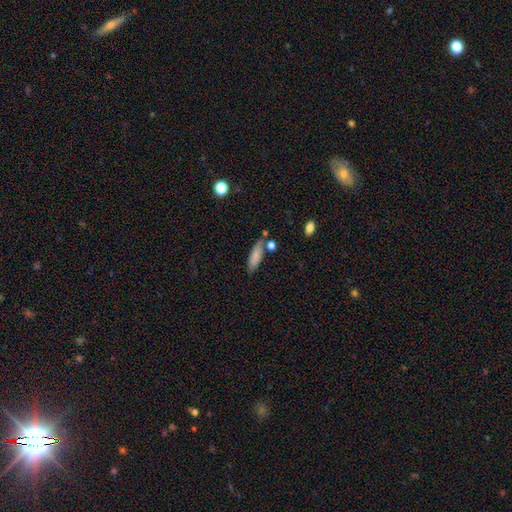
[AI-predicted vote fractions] Smooth or featured? Predicted: smooth (p=0.81). How rounded? Predicted: in between (p=0.49, tied with cigar-shaped). Merging? Predicted: none (p=0.72).